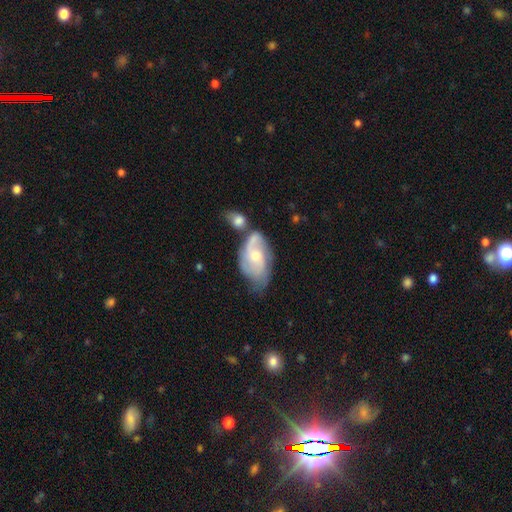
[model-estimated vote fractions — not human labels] This is likely a featured or disk galaxy (70%). It is clearly not viewed edge-on (95%). Bar: likely no (61%). Spiral arm pattern: clearly yes (87%). Spiral arm count: likely 2 (62%). Spiral winding: marginally medium (43%). Central bulge: possibly moderate (55%). Merging: marginally none (34%).